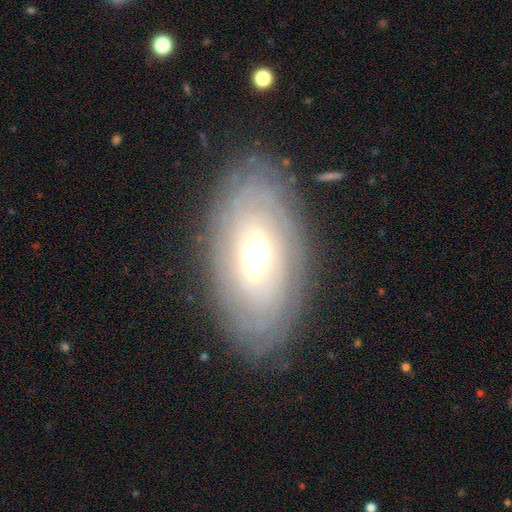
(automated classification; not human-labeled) featured or disk 73%, smooth 20%, star or artifact 7%. Down the decision tree: edge-on disk — no (86%); bar — weak (39%); spiral arms — yes (62%); bulge size — moderate (59%); merging — none (79%).